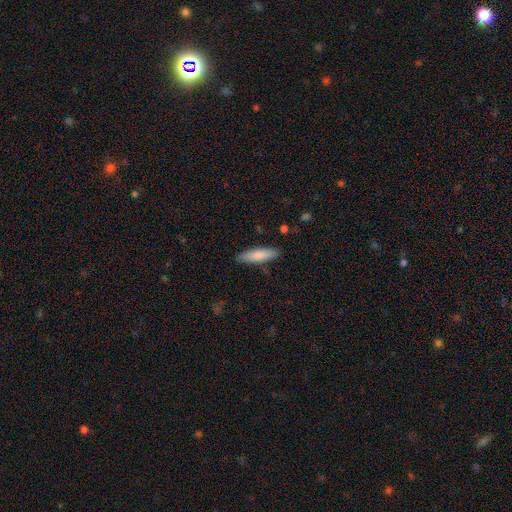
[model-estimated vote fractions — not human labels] Overall: smooth (81%). How rounded: cigar-shaped (72%). Merging: none (88%).